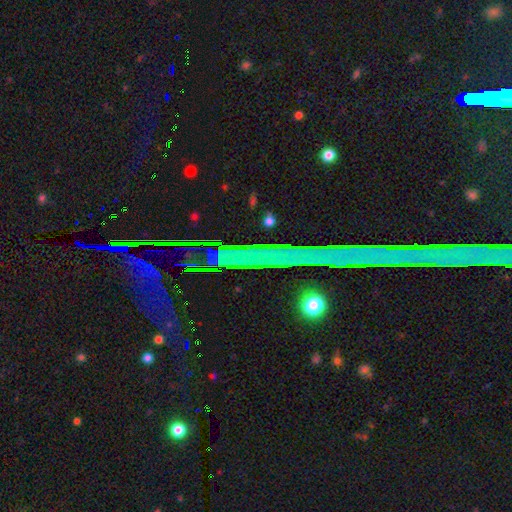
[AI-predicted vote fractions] Morphology: type=star or artifact (67%).